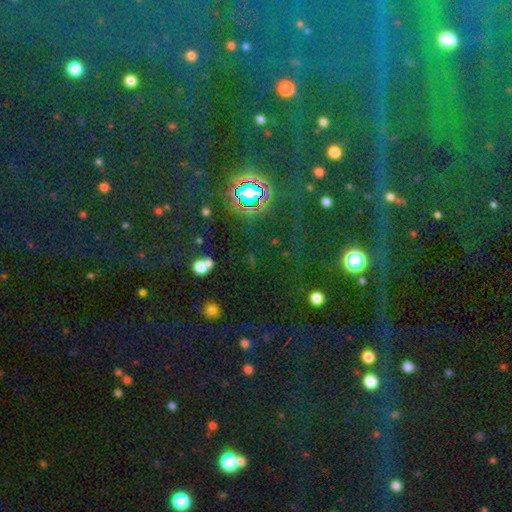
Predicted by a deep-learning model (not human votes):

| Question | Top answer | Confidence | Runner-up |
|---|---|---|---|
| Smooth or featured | star or artifact | 81% | smooth (10%) |